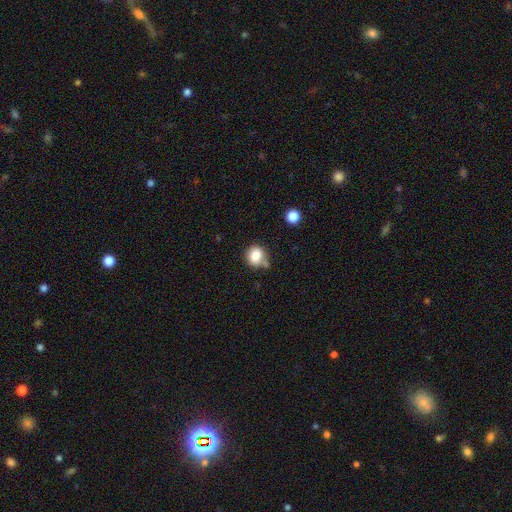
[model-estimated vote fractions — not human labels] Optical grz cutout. It shows a smooth galaxy with no disk features (84%) that is round (76%). Merging: none (58%).